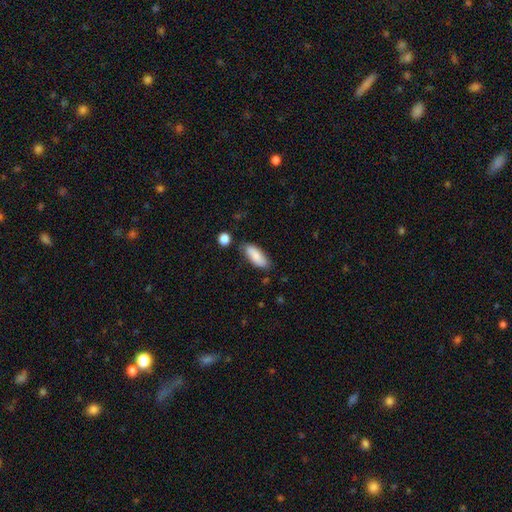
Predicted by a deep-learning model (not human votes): Smooth or featured: smooth — 83% (featured or disk — 11%)
How rounded: in between — 77% (cigar-shaped — 21%)
Merging: none — 76% (minor disturbance — 17%)